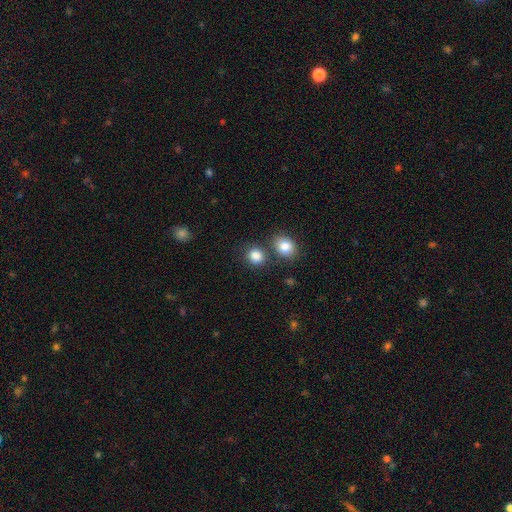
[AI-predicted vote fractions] smooth 85%, star or artifact 10%, featured or disk 5%. Down the decision tree: how rounded — round (73%); merging — none (71%).